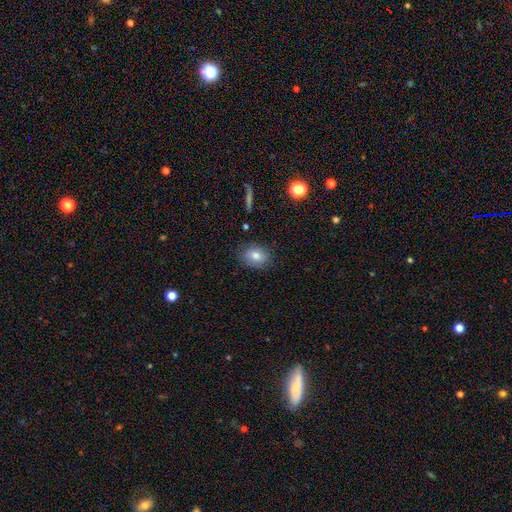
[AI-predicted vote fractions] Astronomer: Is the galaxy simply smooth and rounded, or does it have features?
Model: smooth — 80%.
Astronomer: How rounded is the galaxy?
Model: in between — 59% (runner-up: round, 40%).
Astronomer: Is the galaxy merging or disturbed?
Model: none — 83%.